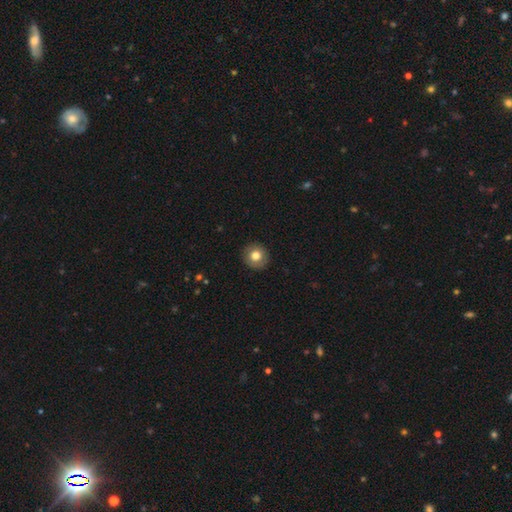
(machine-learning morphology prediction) smooth_or_featured: smooth (p=0.78) [alt: featured or disk p=0.13]
how_rounded: round (p=0.92) [alt: in between p=0.07]
merging: none (p=0.91) [alt: minor disturbance p=0.06]